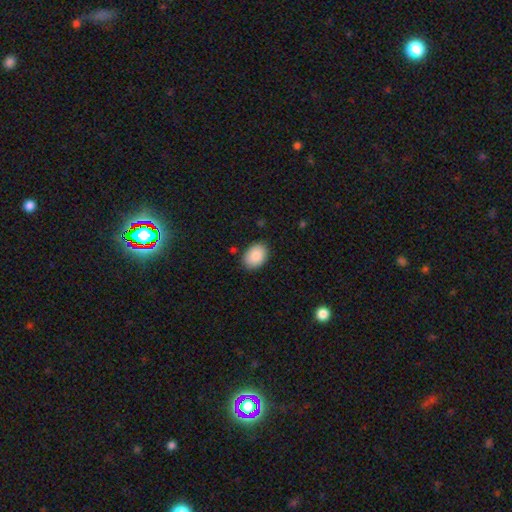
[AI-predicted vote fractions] A smooth galaxy with no disk features (89%) that is in between round and cigar-shaped (82%).

Vote fractions:
- Smooth or featured? smooth: 89% / star or artifact: 7% / featured or disk: 5%
- How rounded? in between: 82% / round: 17% / cigar-shaped: 1%
- Merging? none: 85% / minor disturbance: 11% / major disturbance: 2% / merger: 1%